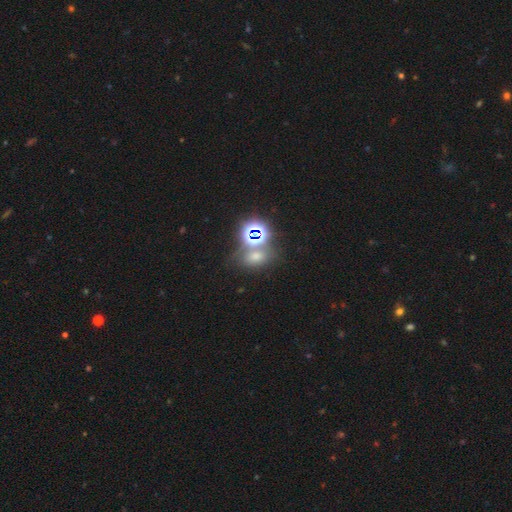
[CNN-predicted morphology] type=star or artifact (53%).